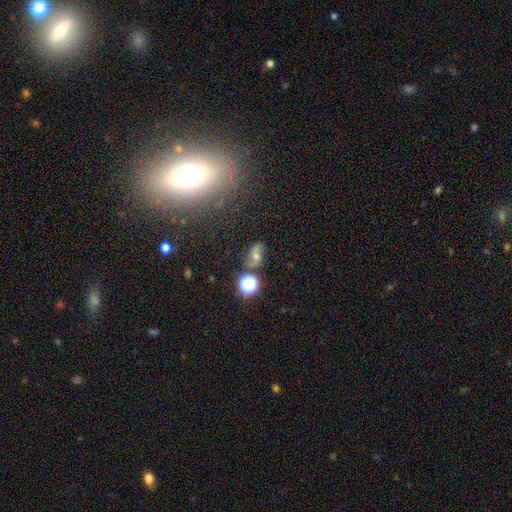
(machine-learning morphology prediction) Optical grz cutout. It shows a featured or disk galaxy (52%). Merging: none (68%).